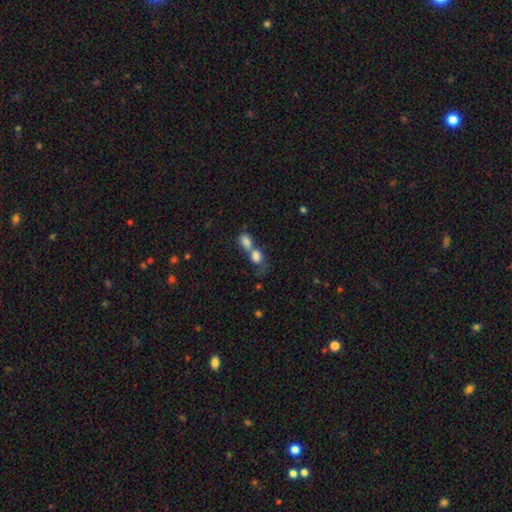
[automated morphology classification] Smooth or featured: smooth — 78% (featured or disk — 12%)
How rounded: in between — 60% (round — 36%)
Merging: merger — 75% (none — 14%)